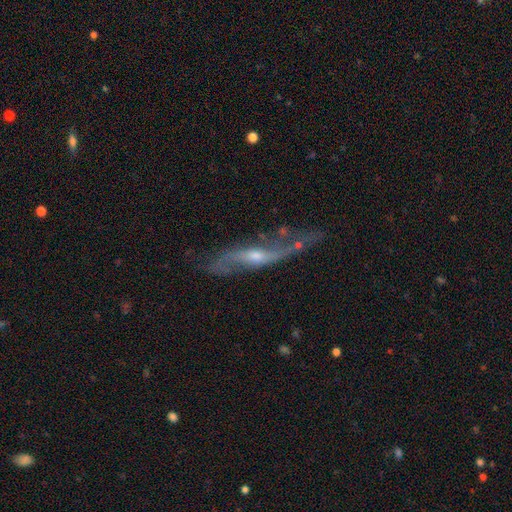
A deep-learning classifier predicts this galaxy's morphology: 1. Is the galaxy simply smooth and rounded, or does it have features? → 79% featured or disk, 11% smooth, 9% star or artifact.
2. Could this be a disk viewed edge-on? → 57% no, 43% yes.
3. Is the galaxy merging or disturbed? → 63% none, 22% minor disturbance, 11% major disturbance, 3% merger.